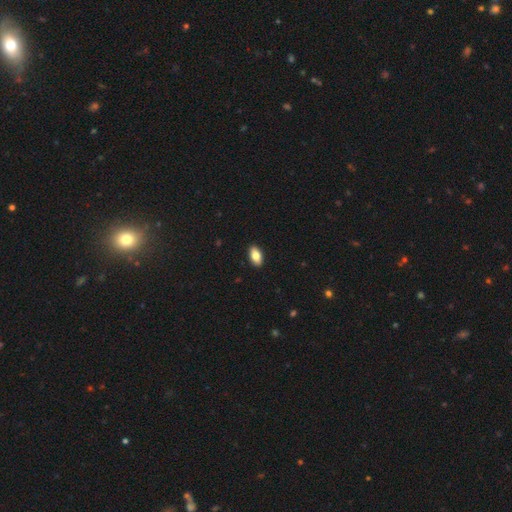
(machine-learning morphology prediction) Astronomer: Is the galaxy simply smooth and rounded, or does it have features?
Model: smooth — 82%.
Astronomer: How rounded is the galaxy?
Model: in between — 91%.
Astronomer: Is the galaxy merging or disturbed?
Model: none — 91%.